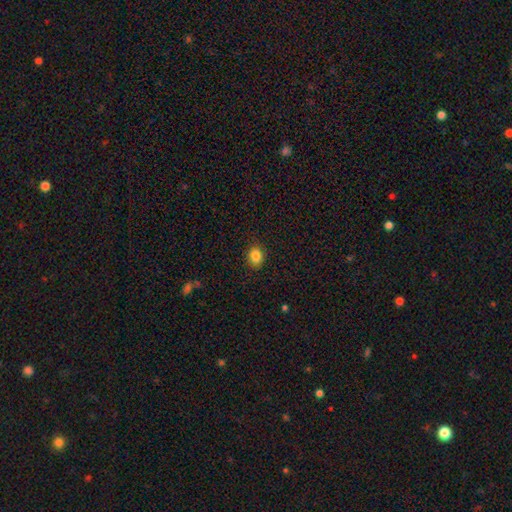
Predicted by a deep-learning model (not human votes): smooth 84%, star or artifact 10%, featured or disk 5%. Down the decision tree: how rounded — in between (52%); merging — none (87%).